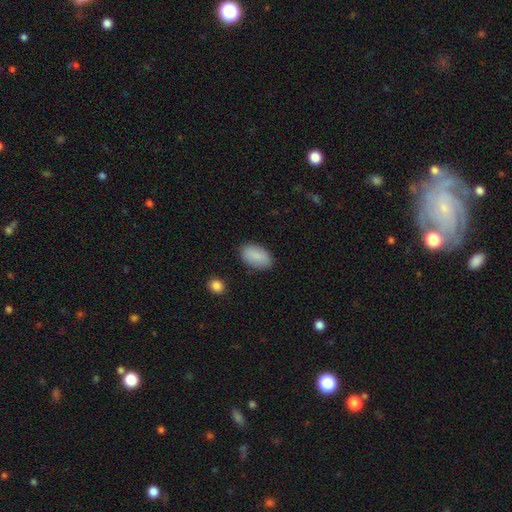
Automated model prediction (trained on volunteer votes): This is clearly a smooth galaxy (89%). How rounded: clearly in between (94%). Merging: clearly none (85%).